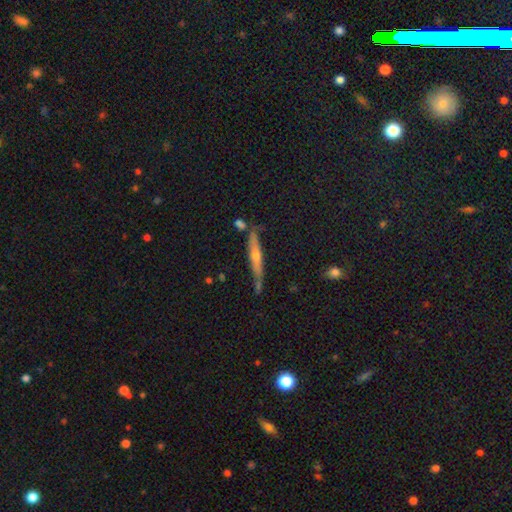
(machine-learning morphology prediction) Smooth or featured: featured or disk — 56% (smooth — 36%)
Edge-on disk: yes — 89% (no — 11%)
Edge-on bulge: rounded — 75% (none — 21%)
Merging: none — 69% (minor disturbance — 19%)